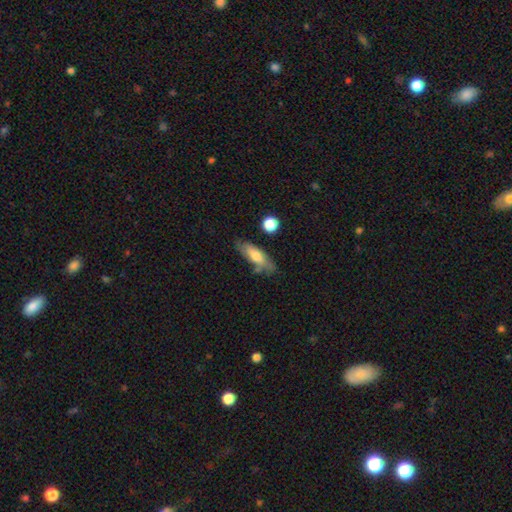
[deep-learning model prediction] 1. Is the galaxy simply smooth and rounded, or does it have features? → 63% smooth, 30% featured or disk, 7% star or artifact.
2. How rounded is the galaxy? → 59% in between, 38% cigar-shaped, 3% round.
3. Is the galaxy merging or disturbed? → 62% none, 24% minor disturbance, 8% major disturbance, 6% merger.